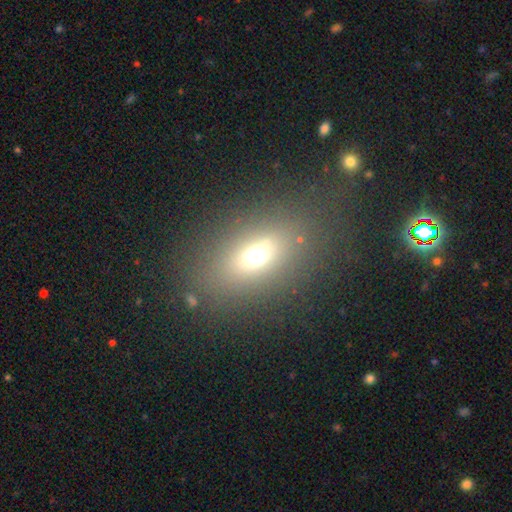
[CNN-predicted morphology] smooth_or_featured: smooth (p=0.62) [alt: star or artifact p=0.19]
how_rounded: in between (p=0.71) [alt: round p=0.23]
merging: none (p=0.78) [alt: minor disturbance p=0.11]